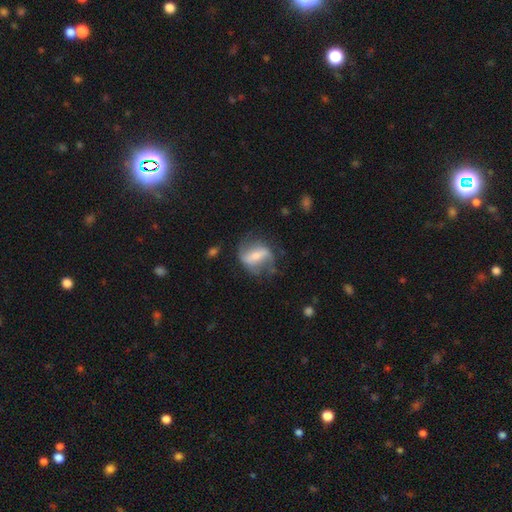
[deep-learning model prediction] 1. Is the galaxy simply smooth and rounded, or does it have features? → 61% featured or disk, 32% smooth, 7% star or artifact.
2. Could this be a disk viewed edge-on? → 92% no, 8% yes.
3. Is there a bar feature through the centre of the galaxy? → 52% strong, 31% weak, 16% no.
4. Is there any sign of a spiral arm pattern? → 70% yes, 30% no.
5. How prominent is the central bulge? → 39% moderate, 38% small, 11% none, 9% large, 2% dominant.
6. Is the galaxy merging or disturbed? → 57% none, 23% minor disturbance, 17% major disturbance, 2% merger.